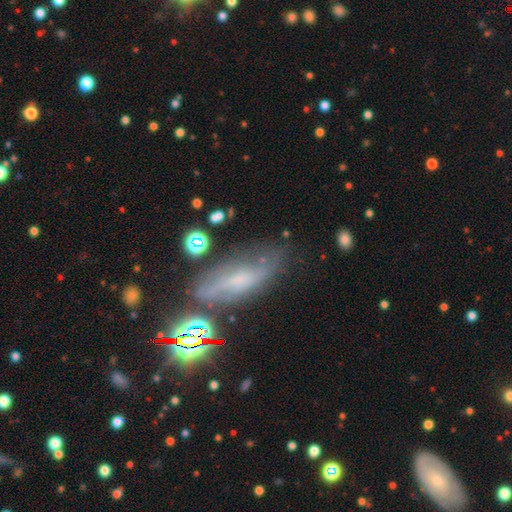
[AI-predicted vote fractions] Q: Smooth or featured?
A: featured or disk (43%); runner-up: smooth (32%)
Q: Merging?
A: none (63%); runner-up: minor disturbance (20%)